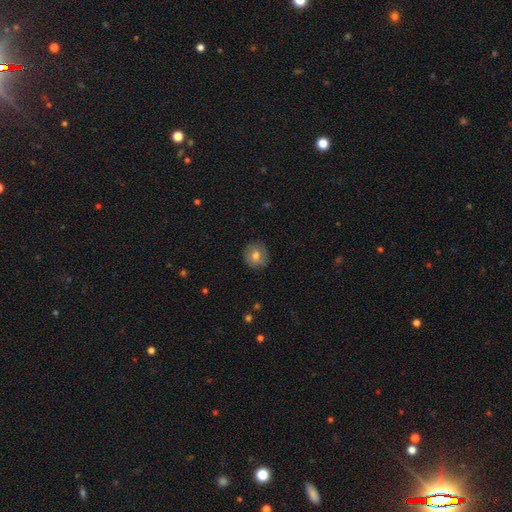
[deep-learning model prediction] Smooth or featured?
  - smooth: 74% *
  - featured or disk: 18%
  - star or artifact: 8%
How rounded?
  - round: 89% *
  - in between: 10%
  - cigar-shaped: 1%
Merging?
  - none: 87% *
  - minor disturbance: 10%
  - major disturbance: 2%
  - merger: 1%